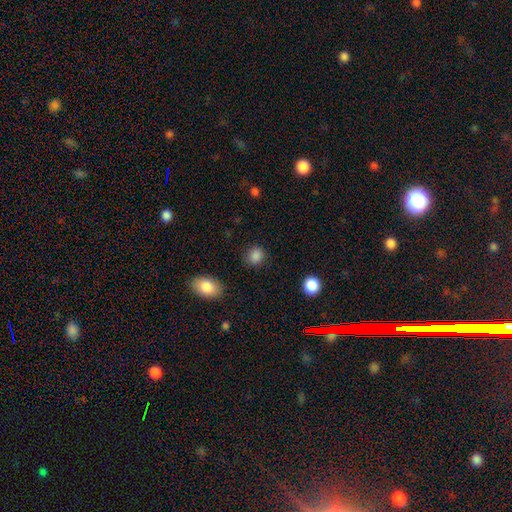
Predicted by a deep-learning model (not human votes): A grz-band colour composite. It shows a smooth galaxy with no disk features (87%) that is round (72%). Merging: none (86%).